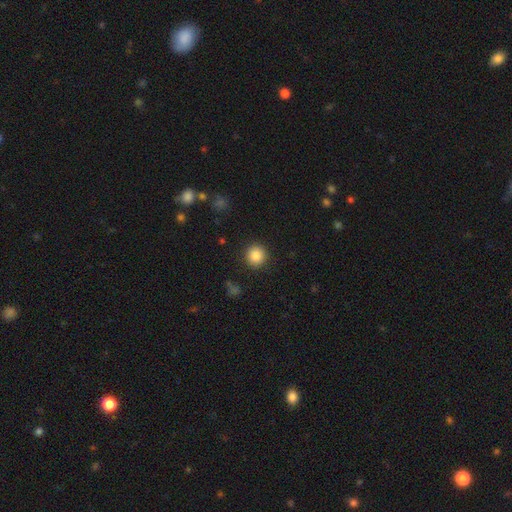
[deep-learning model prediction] The model was most divided on "smooth or featured": smooth: 84%, star or artifact: 10%, featured or disk: 6%. More confident: how rounded — round (94%); merging — none (91%).